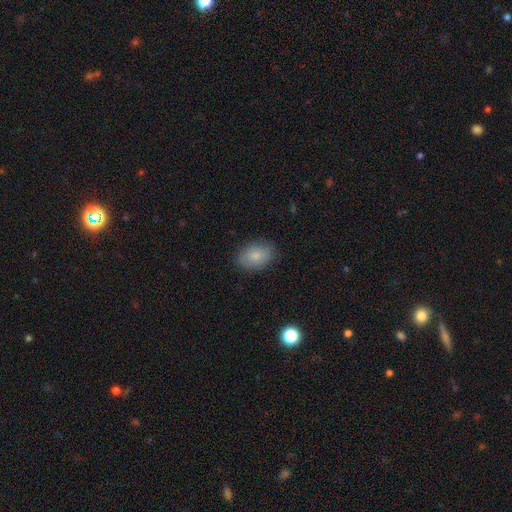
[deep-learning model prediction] Smooth or featured? Predicted: smooth (p=0.82). How rounded? Predicted: in between (p=0.84). Merging? Predicted: none (p=0.83).